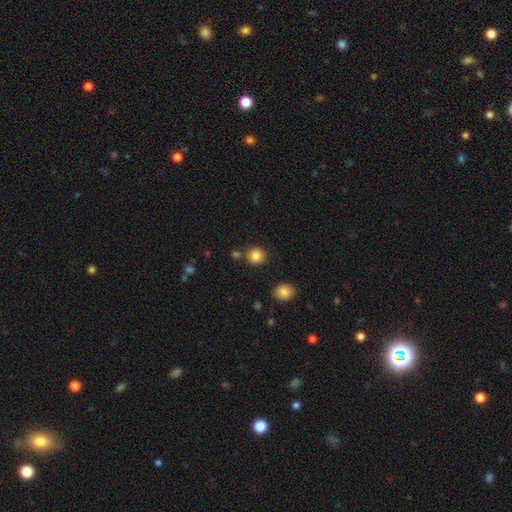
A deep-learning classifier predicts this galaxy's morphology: Overall: smooth (85%). How rounded: round (89%). Merging: none (81%).